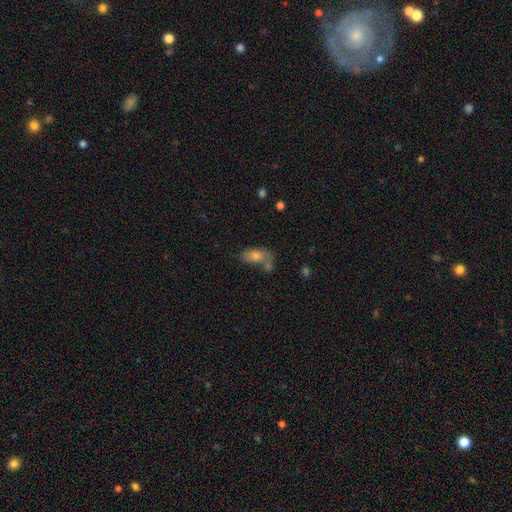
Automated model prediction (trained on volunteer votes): Q: Smooth or featured?
A: smooth (67%); runner-up: featured or disk (22%)
Q: How rounded?
A: in between (88%); runner-up: round (7%)
Q: Merging?
A: none (44%); runner-up: merger (28%)